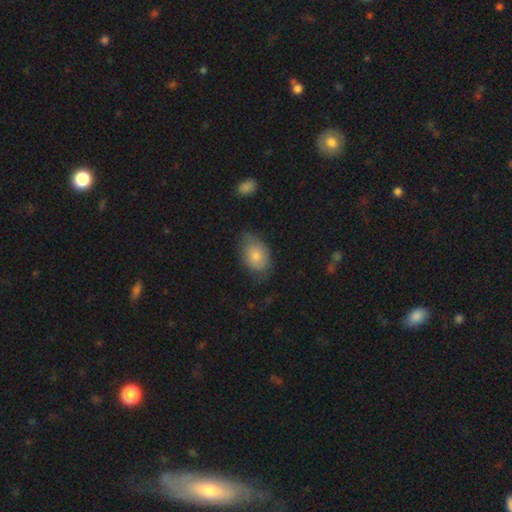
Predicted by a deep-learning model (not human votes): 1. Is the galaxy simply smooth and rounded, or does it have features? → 76% smooth, 16% featured or disk, 8% star or artifact.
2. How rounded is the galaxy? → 86% in between, 13% round, 1% cigar-shaped.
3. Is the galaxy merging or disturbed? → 59% none, 31% minor disturbance, 8% major disturbance, 2% merger.